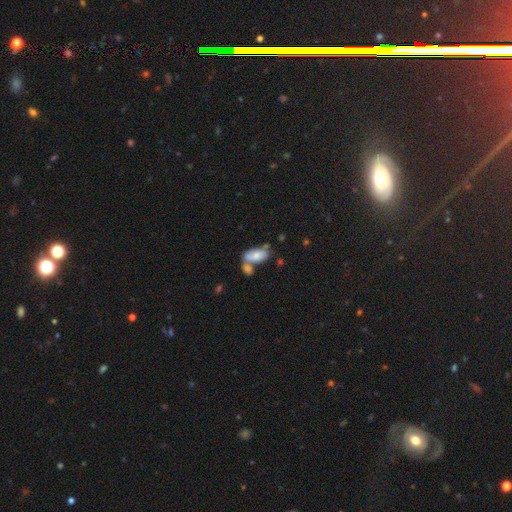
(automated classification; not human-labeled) Smooth or featured? Predicted: smooth (p=0.71). How rounded? Predicted: in between (p=0.91). Merging? Predicted: merger (p=0.46).